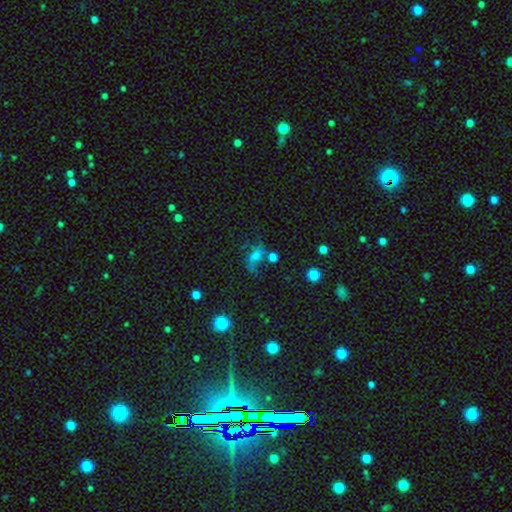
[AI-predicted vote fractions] smooth 44%, featured or disk 36%, star or artifact 21%. Down the decision tree: merging — none (43%).